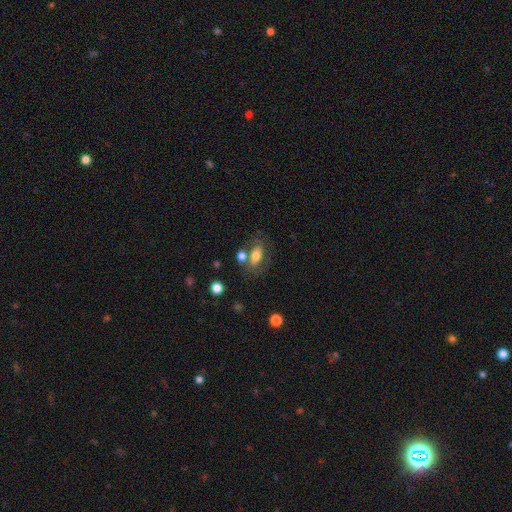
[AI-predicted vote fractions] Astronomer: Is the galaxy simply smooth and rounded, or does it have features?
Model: smooth — 67%.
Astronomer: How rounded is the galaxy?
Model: in between — 85%.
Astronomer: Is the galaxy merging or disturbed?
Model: none — 54%.